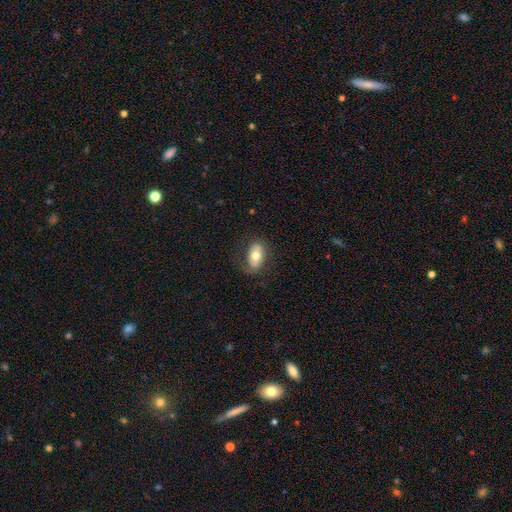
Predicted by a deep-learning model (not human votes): This appears to be a smooth galaxy with no disk features (66%) that is in between round and cigar-shaped (90%). Merging: none (75%).